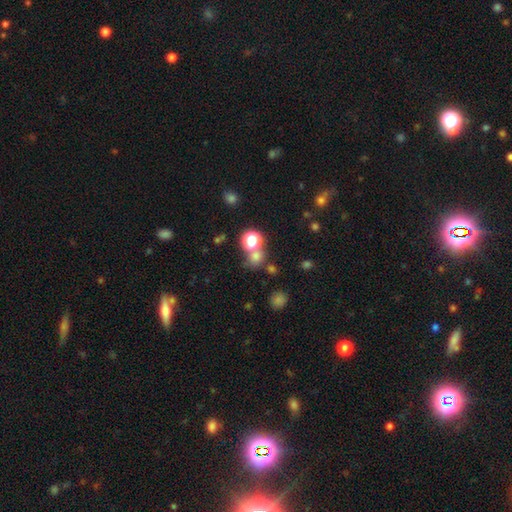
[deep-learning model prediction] Smooth or featured?
  - smooth: 68% *
  - star or artifact: 25%
  - featured or disk: 7%
How rounded?
  - round: 84% *
  - in between: 15%
  - cigar-shaped: 1%
Merging?
  - none: 59% *
  - merger: 28%
  - minor disturbance: 9%
  - major disturbance: 5%